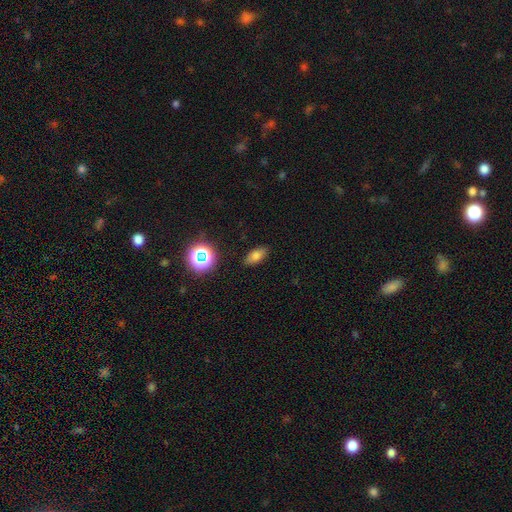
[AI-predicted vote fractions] smooth-or-featured: smooth: 74% | star or artifact: 16% | featured or disk: 10%
  how-rounded: in between: 86% | round: 7% | cigar-shaped: 6%
  merging: none: 86% | minor disturbance: 10% | major disturbance: 3% | merger: 1%